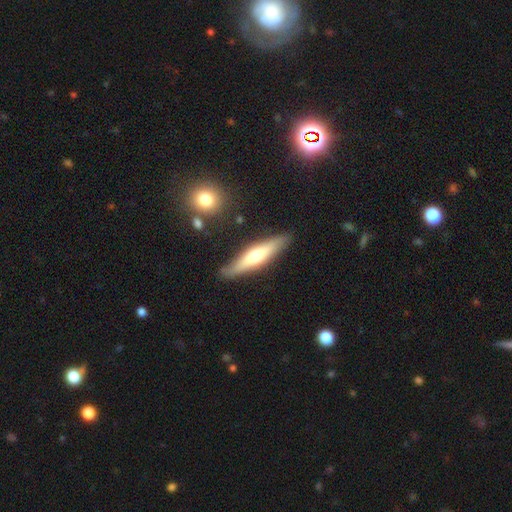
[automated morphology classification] The model was most divided on "smooth or featured": featured or disk: 52%, smooth: 42%, star or artifact: 6%. More confident: edge-on disk — yes (90%); merging — none (85%).